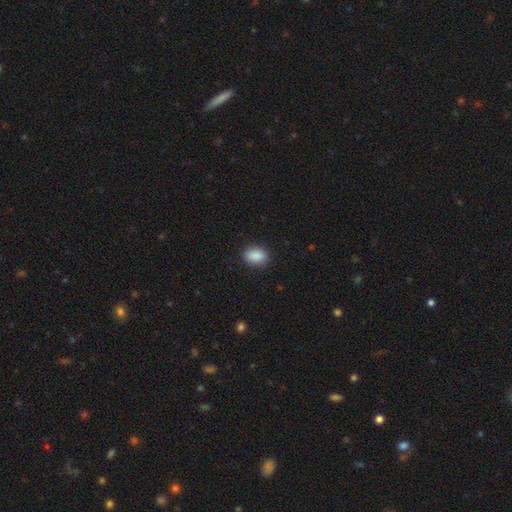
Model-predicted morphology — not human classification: This appears to be a smooth galaxy with no disk features (89%) that is in between round and cigar-shaped (77%). Merging: none (87%).